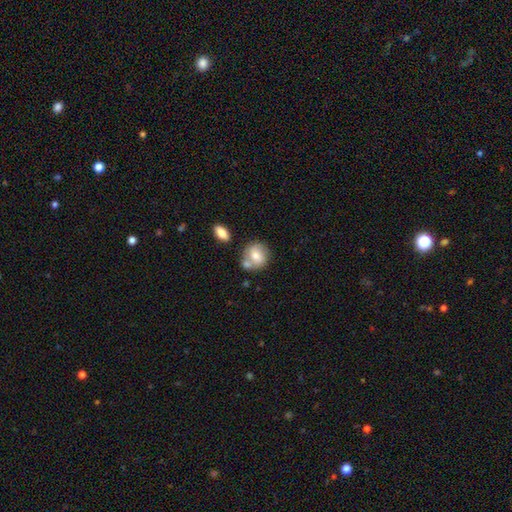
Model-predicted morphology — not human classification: type=smooth (71%); roundness=round (78%); merging=none (56%).